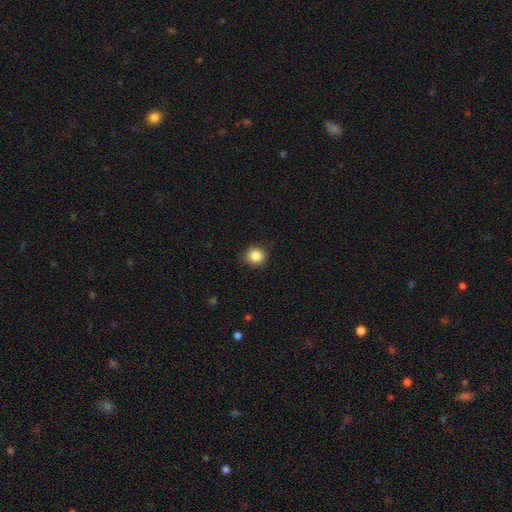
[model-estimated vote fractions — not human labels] The model was most divided on "smooth or featured": smooth: 85%, star or artifact: 10%, featured or disk: 5%. More confident: how rounded — round (88%); merging — none (88%).